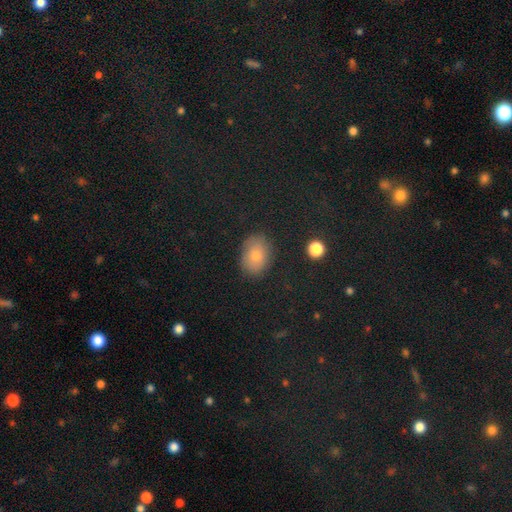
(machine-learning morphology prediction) Smooth or featured?
  - smooth: 72% *
  - star or artifact: 15%
  - featured or disk: 13%
How rounded?
  - in between: 71% *
  - round: 28%
  - cigar-shaped: 1%
Merging?
  - none: 85% *
  - minor disturbance: 11%
  - major disturbance: 3%
  - merger: 1%